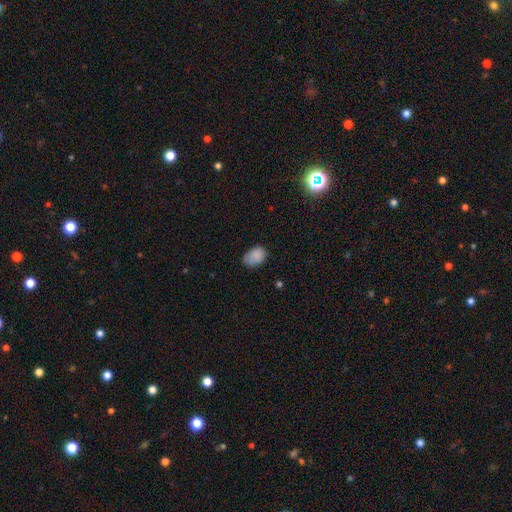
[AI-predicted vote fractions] A smooth galaxy with no disk features (84%) that is in between round and cigar-shaped (84%). Merging: none (65%).